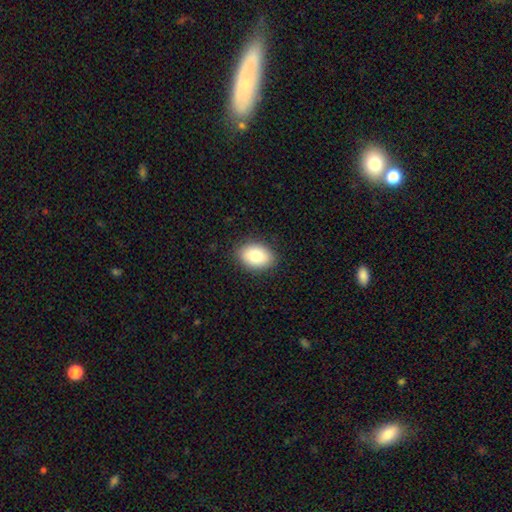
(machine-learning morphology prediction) Smooth or featured? smooth (83%)
How rounded? in between (79%)
Merging? none (88%)